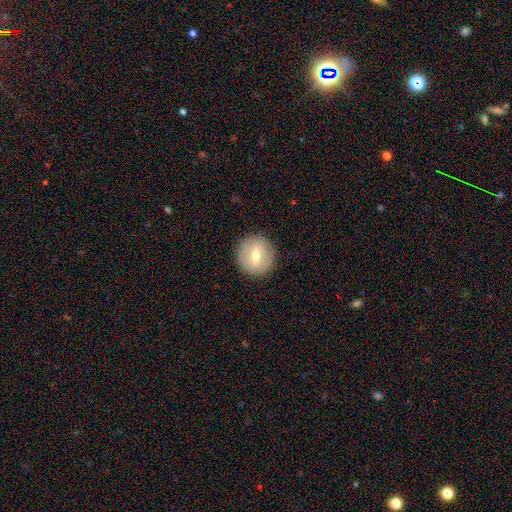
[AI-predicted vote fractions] A smooth galaxy with no disk features (57%) that is round (93%). Merging: none (89%).